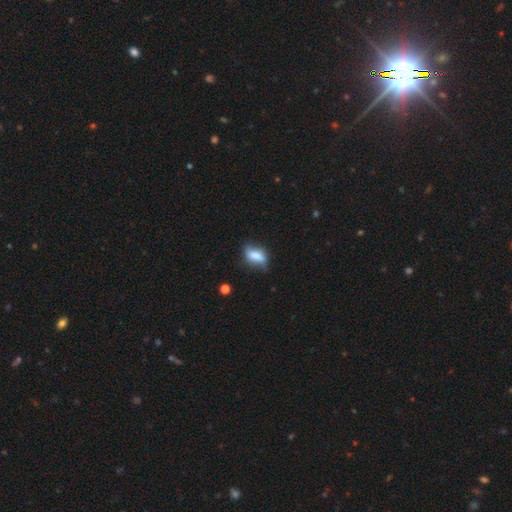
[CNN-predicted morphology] Smooth or featured: smooth — 60% (featured or disk — 32%)
How rounded: in between — 78% (cigar-shaped — 13%)
Merging: none — 59% (minor disturbance — 29%)